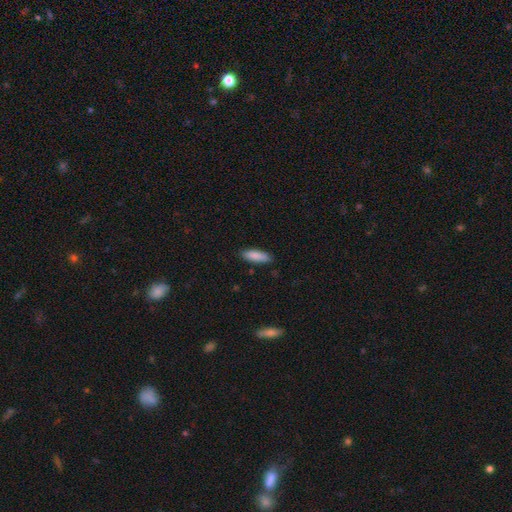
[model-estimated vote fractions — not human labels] smooth-or-featured: smooth: 87% | featured or disk: 7% | star or artifact: 6%
  how-rounded: in between: 53% | cigar-shaped: 45% | round: 2%
  merging: none: 86% | minor disturbance: 11% | major disturbance: 2% | merger: 1%